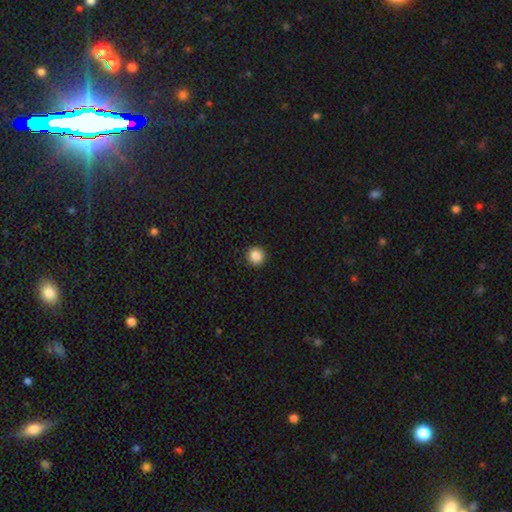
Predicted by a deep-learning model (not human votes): smooth_or_featured: smooth (p=0.87) [alt: star or artifact p=0.10]
how_rounded: round (p=0.95) [alt: in between p=0.04]
merging: none (p=0.93) [alt: minor disturbance p=0.05]